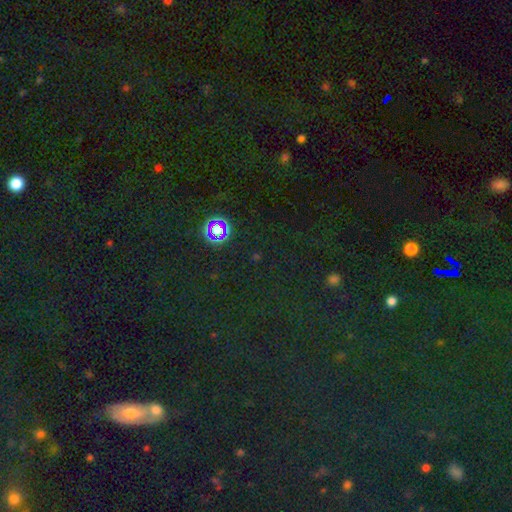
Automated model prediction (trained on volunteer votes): A star or artifact, not a galaxy (64%).

Vote fractions:
- Smooth or featured? star or artifact: 64% / smooth: 28% / featured or disk: 9%